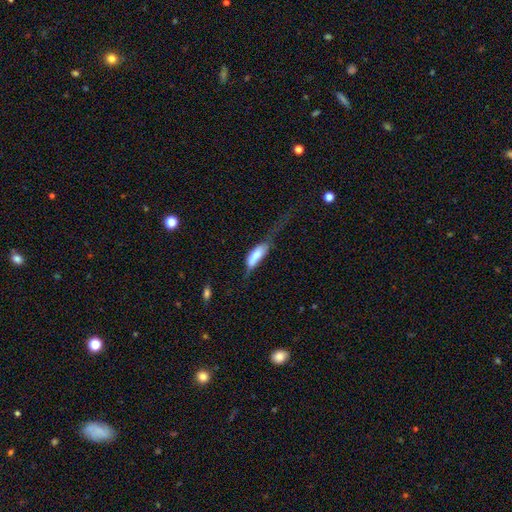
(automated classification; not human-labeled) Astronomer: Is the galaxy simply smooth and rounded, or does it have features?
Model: smooth — 70%.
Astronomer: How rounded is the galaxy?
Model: in between — 62%.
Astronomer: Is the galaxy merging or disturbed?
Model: major disturbance — 52%.